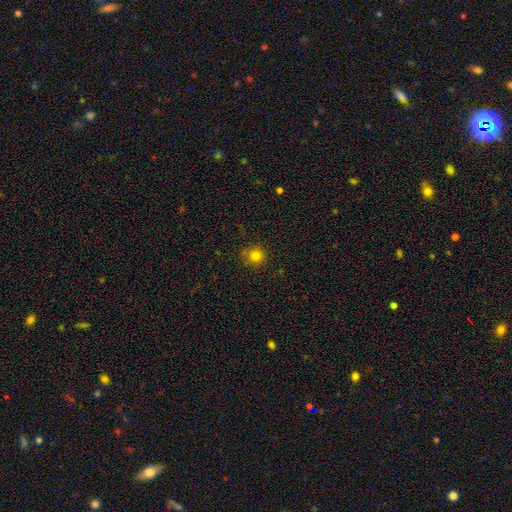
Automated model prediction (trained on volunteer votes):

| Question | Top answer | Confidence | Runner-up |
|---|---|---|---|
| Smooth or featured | smooth | 80% | star or artifact (15%) |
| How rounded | round | 94% | in between (5%) |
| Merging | none | 84% | minor disturbance (10%) |